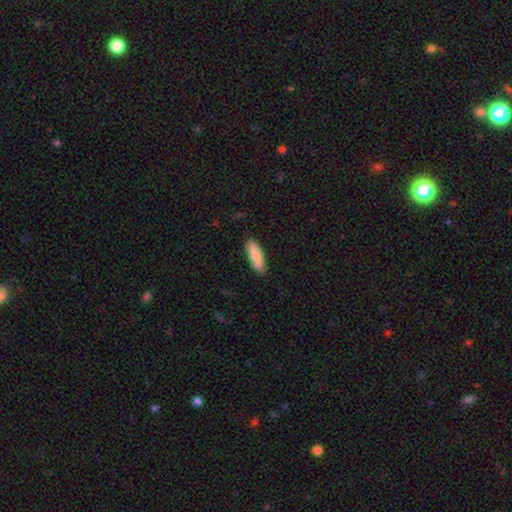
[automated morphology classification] A smooth galaxy with no disk features (82%) that is cigar-shaped (53%).

Vote fractions:
- Smooth or featured? smooth: 82% / featured or disk: 13% / star or artifact: 6%
- How rounded? cigar-shaped: 53% / in between: 45% / round: 2%
- Merging? none: 88% / minor disturbance: 9% / major disturbance: 2% / merger: 1%